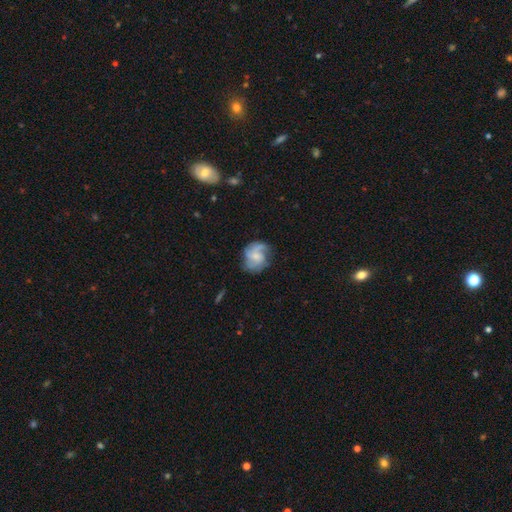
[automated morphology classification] smooth_or_featured: featured or disk (p=0.72) [alt: smooth p=0.21]
disk_edge_on: no (p=0.98) [alt: yes p=0.02]
bar: no (p=0.56) [alt: weak p=0.38]
has_spiral_arms: yes (p=0.92) [alt: no p=0.08]
spiral_winding: medium (p=0.48) [alt: loose p=0.28]
spiral_arm_count: 2 (p=0.39) [alt: 3 p=0.30]
bulge_size: small (p=0.51) [alt: moderate p=0.31]
merging: none (p=0.65) [alt: minor disturbance p=0.22]